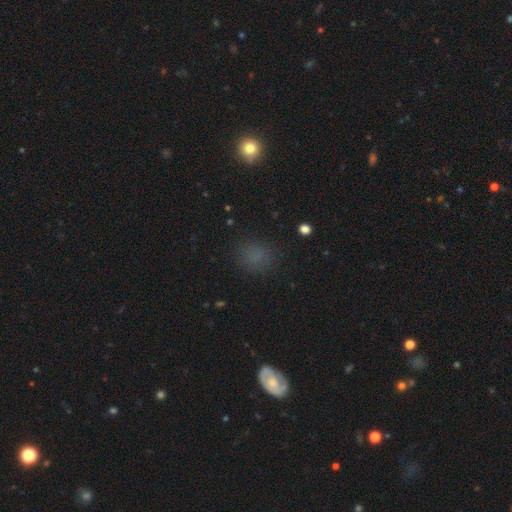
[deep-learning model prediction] Smooth or featured: smooth — 71% (star or artifact — 22%)
How rounded: round — 75% (in between — 24%)
Merging: none — 82% (minor disturbance — 11%)